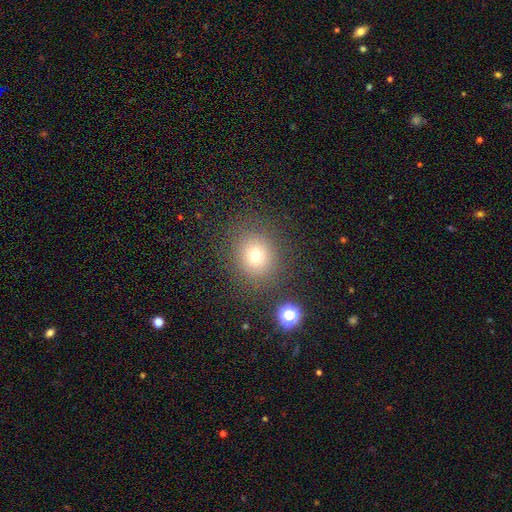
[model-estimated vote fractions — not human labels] A smooth galaxy with no disk features (71%) that is round (84%). Merging: none (84%).